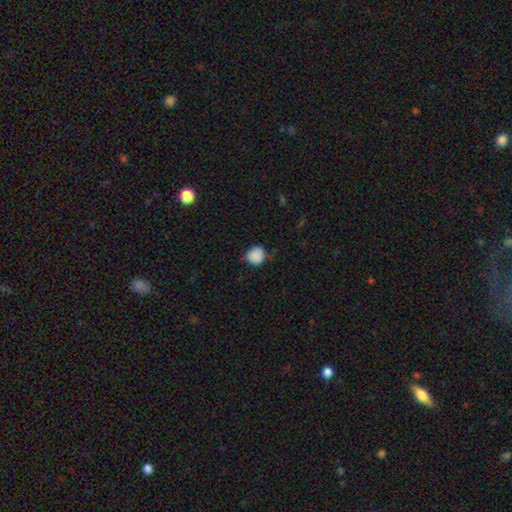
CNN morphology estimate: A smooth galaxy with no disk features (87%) that is round (82%). Merging: none (68%).